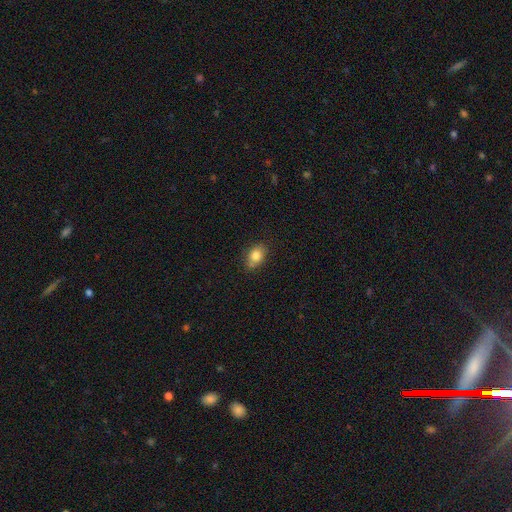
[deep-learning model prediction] The model was most divided on "how rounded": in between: 70%, round: 29%, cigar-shaped: 2%. More confident: smooth or featured — smooth (82%); merging — none (68%).